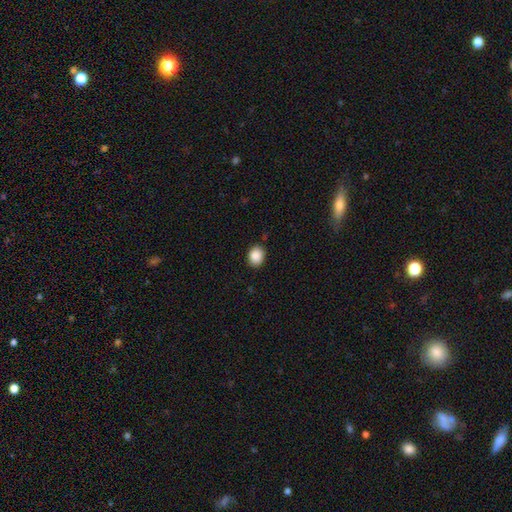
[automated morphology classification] type=smooth (88%); roundness=round (61%); merging=none (86%).